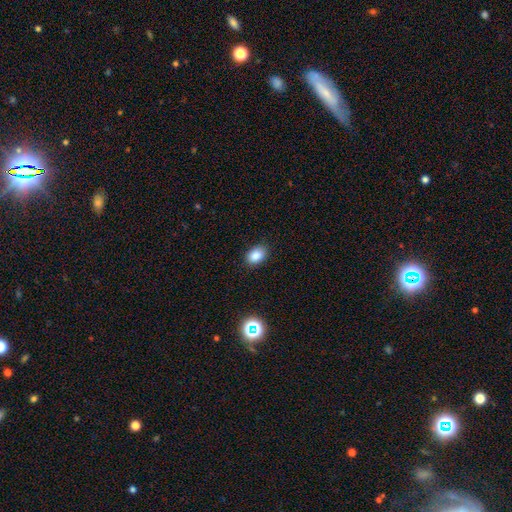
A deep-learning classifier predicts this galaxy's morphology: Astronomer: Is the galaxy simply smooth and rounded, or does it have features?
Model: smooth — 86%.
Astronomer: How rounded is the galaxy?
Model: in between — 80%.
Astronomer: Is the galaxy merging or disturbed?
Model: none — 85%.